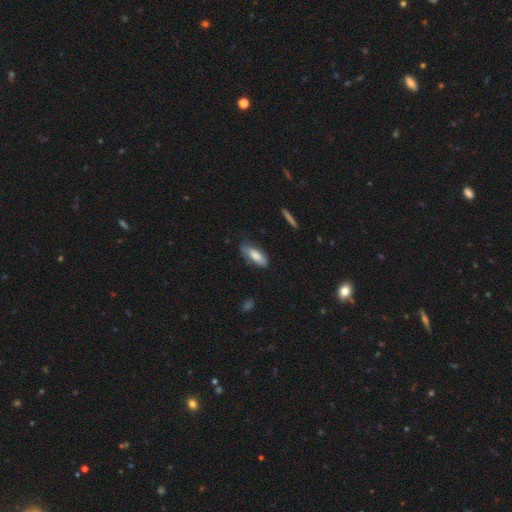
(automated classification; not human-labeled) Smooth or featured: smooth — 75% (featured or disk — 19%)
How rounded: in between — 71% (cigar-shaped — 27%)
Merging: none — 60% (minor disturbance — 30%)